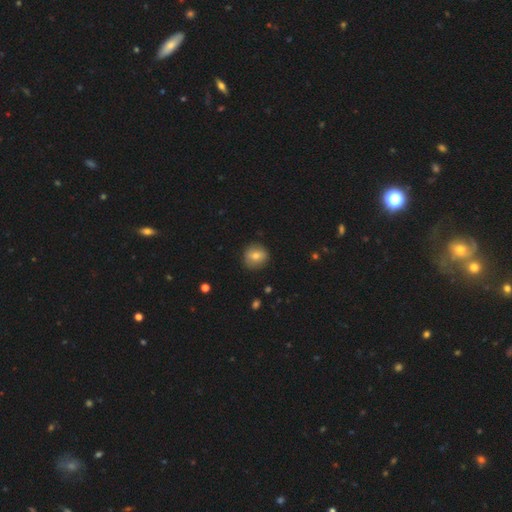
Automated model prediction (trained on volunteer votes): smooth 70%, featured or disk 21%, star or artifact 9%. Down the decision tree: how rounded — round (86%); merging — none (87%).